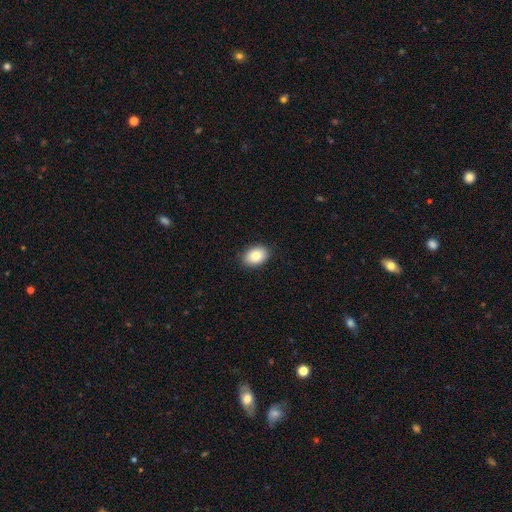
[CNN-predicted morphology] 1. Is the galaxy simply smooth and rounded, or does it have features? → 83% smooth, 9% featured or disk, 8% star or artifact.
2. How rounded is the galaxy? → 80% in between, 19% round, 1% cigar-shaped.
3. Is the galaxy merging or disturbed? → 87% none, 10% minor disturbance, 2% major disturbance, 1% merger.